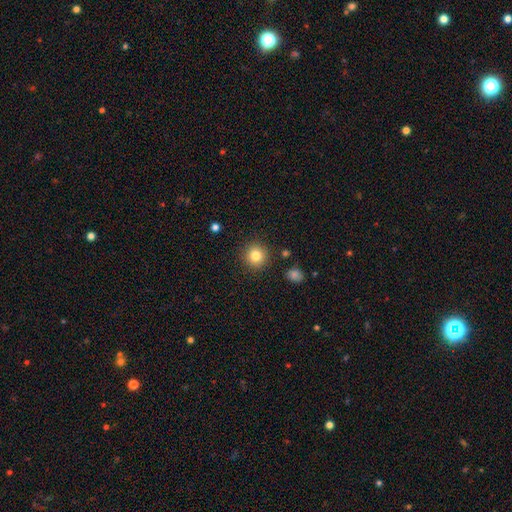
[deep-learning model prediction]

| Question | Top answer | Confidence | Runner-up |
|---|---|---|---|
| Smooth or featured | smooth | 82% | star or artifact (11%) |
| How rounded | round | 94% | in between (5%) |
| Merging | none | 90% | minor disturbance (6%) |